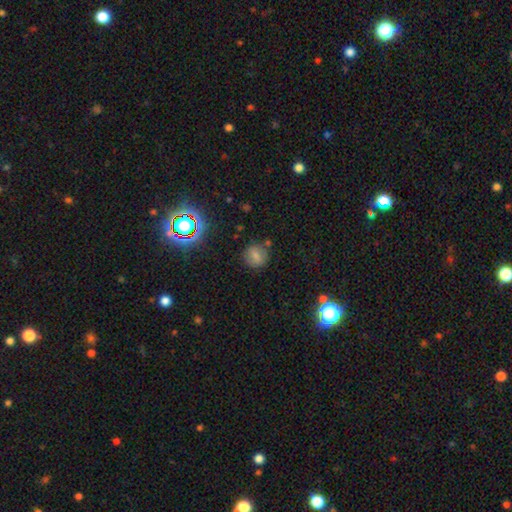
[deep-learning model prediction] smooth 70%, star or artifact 17%, featured or disk 13%. Down the decision tree: how rounded — round (85%); merging — none (80%).